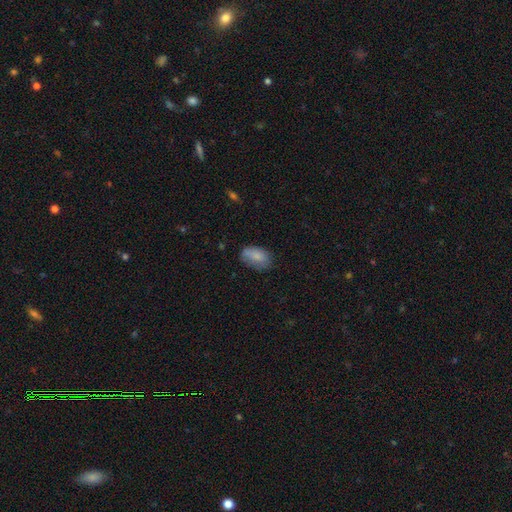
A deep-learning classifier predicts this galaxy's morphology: smooth 81%, featured or disk 12%, star or artifact 8%. Down the decision tree: how rounded — in between (89%); merging — none (62%).